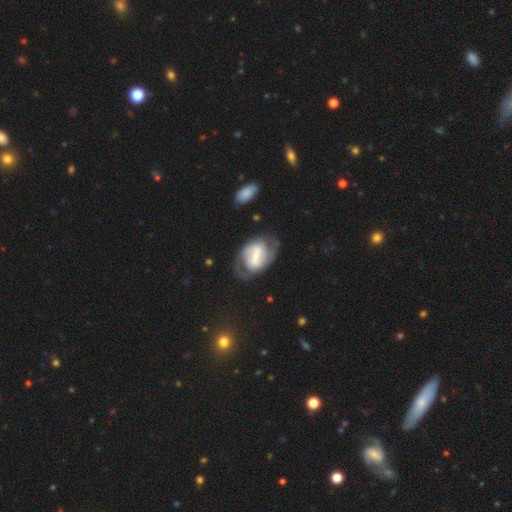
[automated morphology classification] A featured or disk galaxy (77%) with a strong bar (43%), 2 (78%) medium (46%) spiral arms (87%) and a small central bulge (50%).

Vote fractions:
- Smooth or featured? featured or disk: 77% / smooth: 17% / star or artifact: 6%
- Edge-on disk? no: 97% / yes: 3%
- Bar? strong: 43% / weak: 42% / no: 15%
- Spiral arms? yes: 87% / no: 13%
- Spiral winding? medium: 46% / tight: 32% / loose: 22%
- Spiral arm count? 2: 78% / can't tell: 13% / 1: 3% / 3: 3% / 4: 1% / more than 4: 1%
- Bulge size? small: 50% / moderate: 29% / none: 11% / large: 8% / dominant: 2%
- Merging? none: 60% / minor disturbance: 20% / major disturbance: 15% / merger: 5%